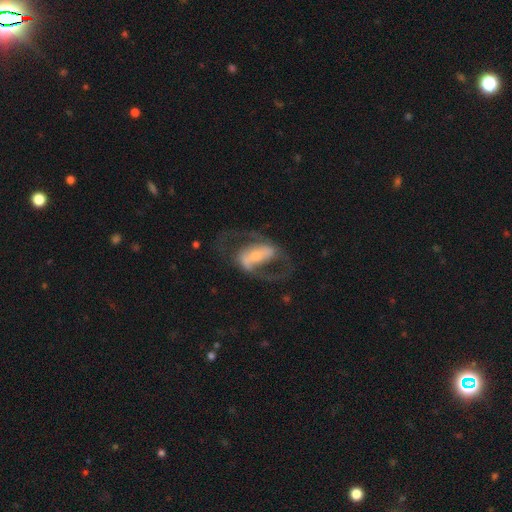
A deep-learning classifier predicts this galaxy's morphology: featured or disk 83%, smooth 12%, star or artifact 5%. Down the decision tree: edge-on disk — no (95%); bar — strong (57%); spiral arms — yes (85%); spiral arm count — 2 (89%); spiral winding — medium (55%); bulge size — small (46%); merging — none (63%).